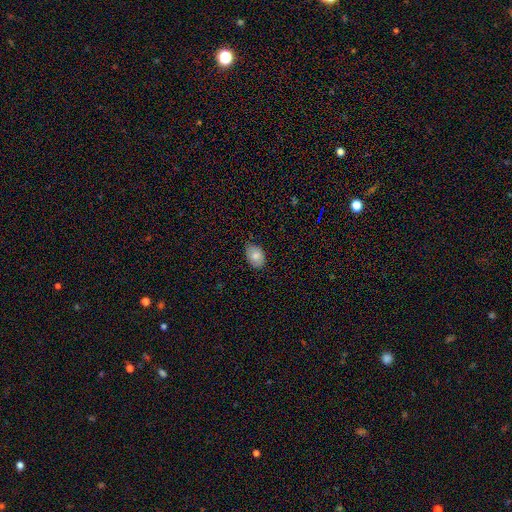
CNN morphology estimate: smooth_or_featured: smooth (p=0.79) [alt: featured or disk p=0.14]
how_rounded: in between (p=0.78) [alt: round p=0.21]
merging: none (p=0.74) [alt: minor disturbance p=0.22]